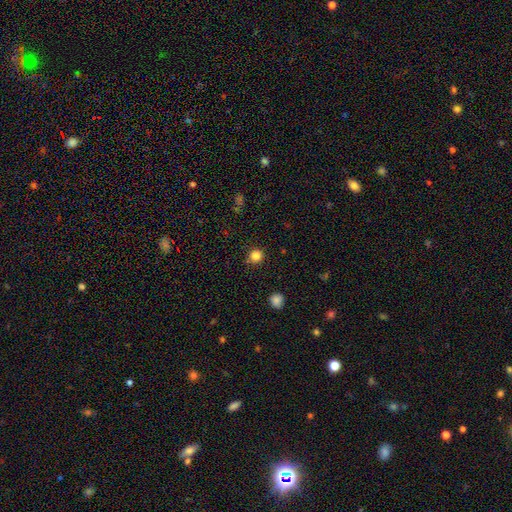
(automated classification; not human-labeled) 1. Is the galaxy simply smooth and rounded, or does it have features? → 84% smooth, 12% star or artifact, 4% featured or disk.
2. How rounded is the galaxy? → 93% round, 7% in between, 1% cigar-shaped.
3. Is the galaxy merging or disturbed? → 87% none, 8% minor disturbance, 2% merger, 2% major disturbance.